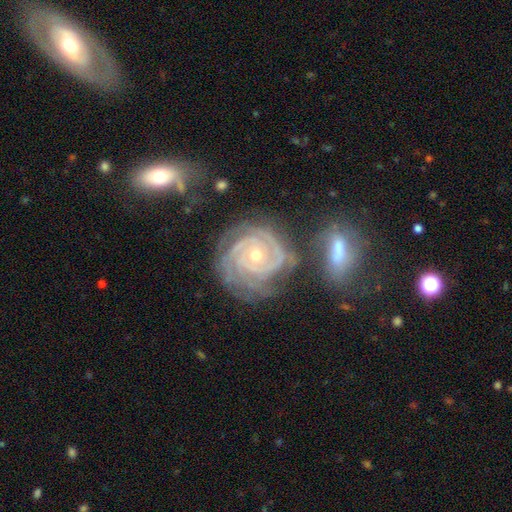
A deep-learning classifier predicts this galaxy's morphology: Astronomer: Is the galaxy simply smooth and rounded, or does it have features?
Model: featured or disk — 92%.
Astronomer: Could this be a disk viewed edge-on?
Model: no — 97%.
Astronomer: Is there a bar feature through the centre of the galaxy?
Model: no — 71%.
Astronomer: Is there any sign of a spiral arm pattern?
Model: yes — 98%.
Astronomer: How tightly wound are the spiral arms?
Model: tight — 84%.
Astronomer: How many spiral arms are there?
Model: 3 — 36% (runner-up: 2, 21%).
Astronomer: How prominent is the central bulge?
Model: moderate — 50% (runner-up: small, 47%).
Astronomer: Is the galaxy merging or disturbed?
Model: none — 58%.